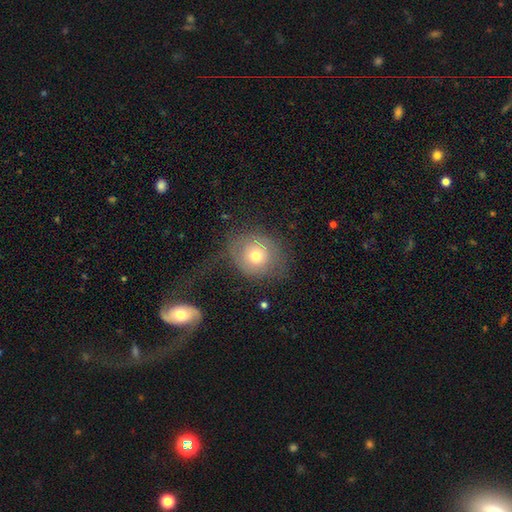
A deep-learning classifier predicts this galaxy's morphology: Smooth or featured? smooth (60%)
How rounded? round (79%)
Merging? none (48%)